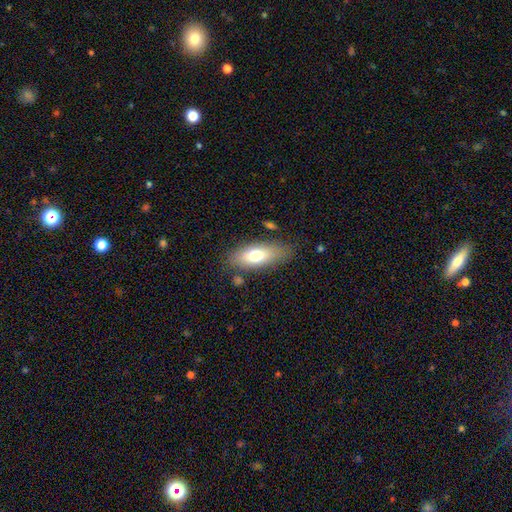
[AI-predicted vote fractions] smooth 71%, featured or disk 22%, star or artifact 7%. Down the decision tree: how rounded — in between (76%); merging — none (78%).